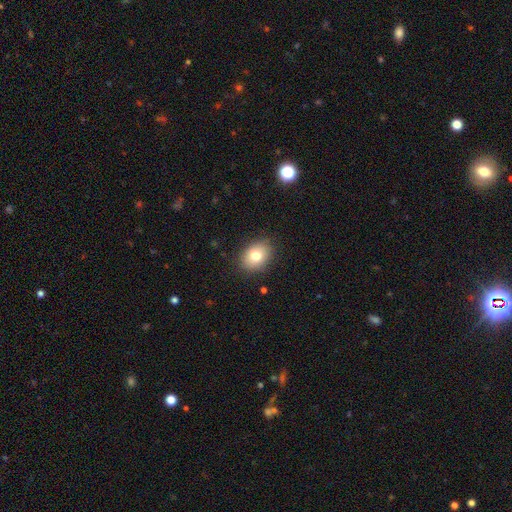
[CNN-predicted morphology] This is likely a smooth galaxy (77%). How rounded: likely in between (66%). Merging: clearly none (87%).